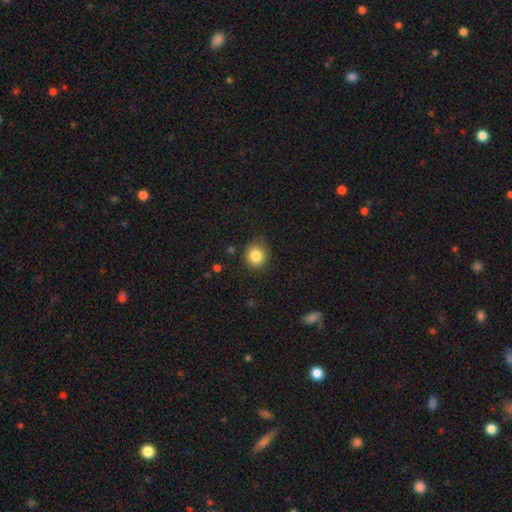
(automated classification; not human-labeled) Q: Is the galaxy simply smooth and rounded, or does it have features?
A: smooth — 84%.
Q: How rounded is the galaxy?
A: round — 81%.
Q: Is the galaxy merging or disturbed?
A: none — 77%.